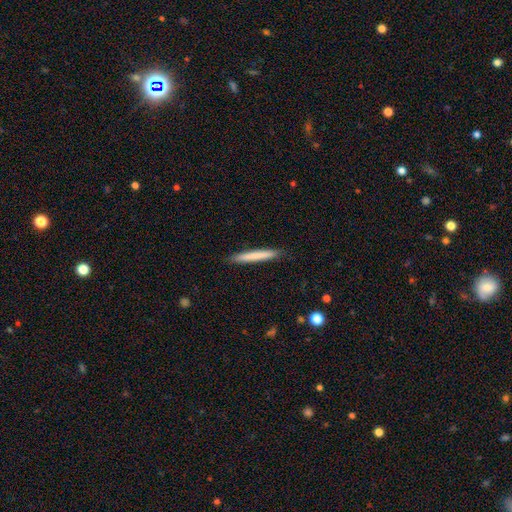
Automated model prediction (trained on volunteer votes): A smooth galaxy with no disk features (74%) that is cigar-shaped (96%). Merging: none (90%).